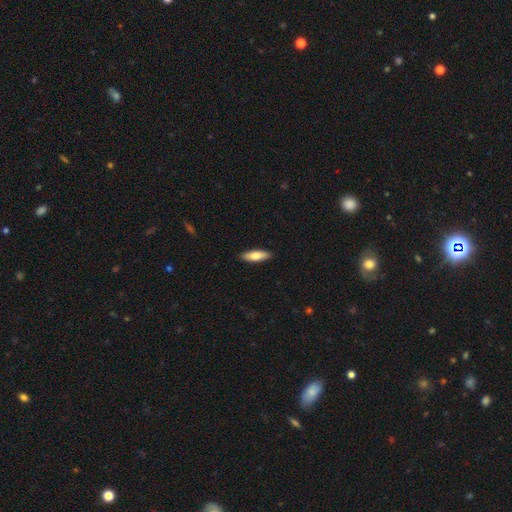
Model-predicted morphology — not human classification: A smooth galaxy with no disk features (75%) that is cigar-shaped (49%, tied with in between). Merging: none (90%).